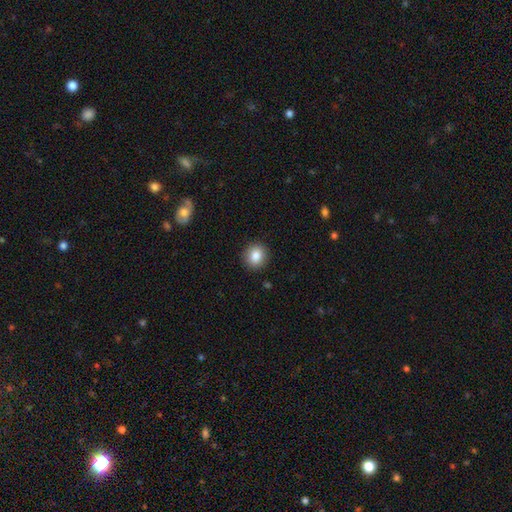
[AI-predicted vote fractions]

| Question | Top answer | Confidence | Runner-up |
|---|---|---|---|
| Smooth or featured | smooth | 85% | star or artifact (9%) |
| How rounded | round | 87% | in between (12%) |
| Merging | none | 91% | minor disturbance (6%) |